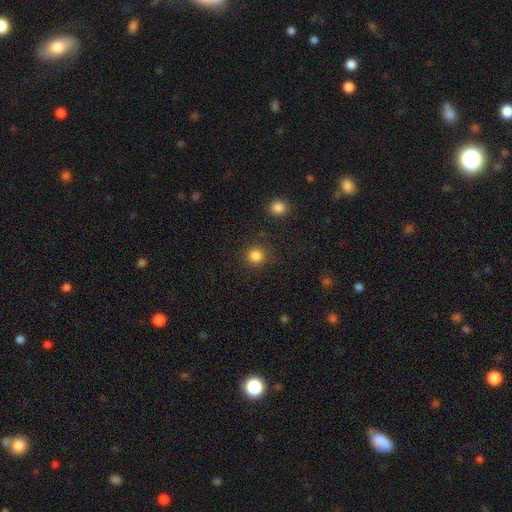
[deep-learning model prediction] A smooth galaxy with no disk features (84%) that is round (92%). Merging: none (86%).